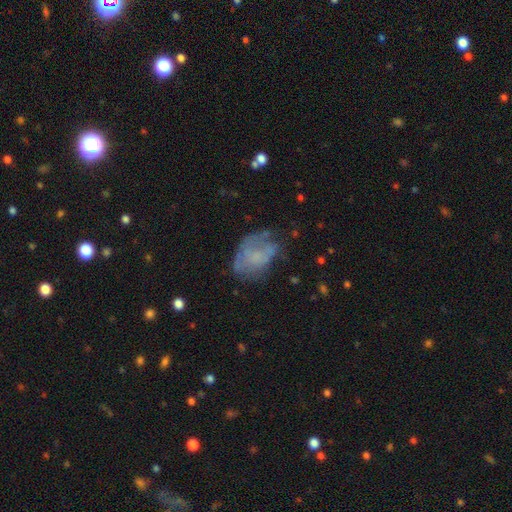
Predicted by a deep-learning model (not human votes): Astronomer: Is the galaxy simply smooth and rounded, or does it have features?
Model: smooth — 45% (runner-up: featured or disk, 42%).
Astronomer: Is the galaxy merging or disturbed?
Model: none — 43% (runner-up: minor disturbance, 29%).